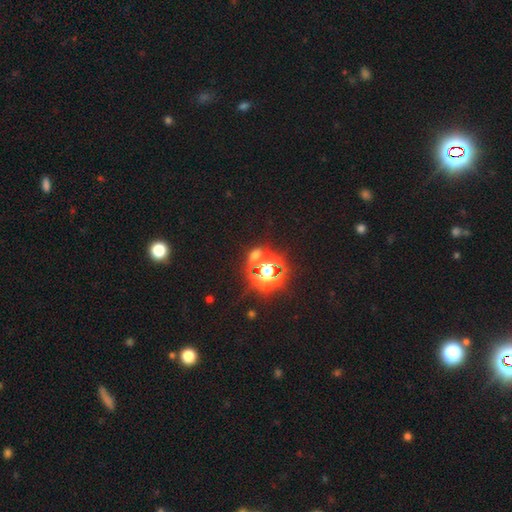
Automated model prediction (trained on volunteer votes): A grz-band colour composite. It shows a star or artifact, not a galaxy (62%).